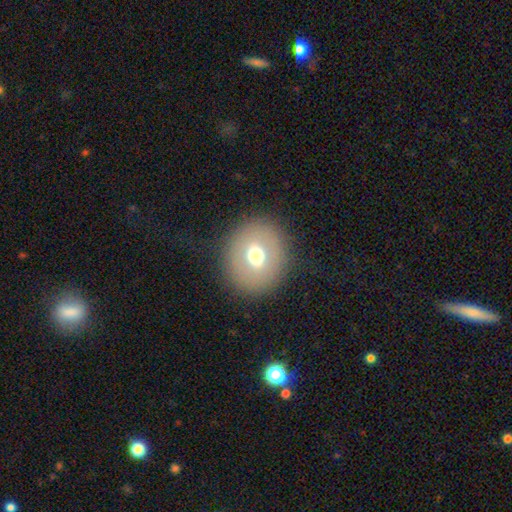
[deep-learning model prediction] This is likely a smooth galaxy (63%). How rounded: likely round (78%). Merging: clearly none (89%).